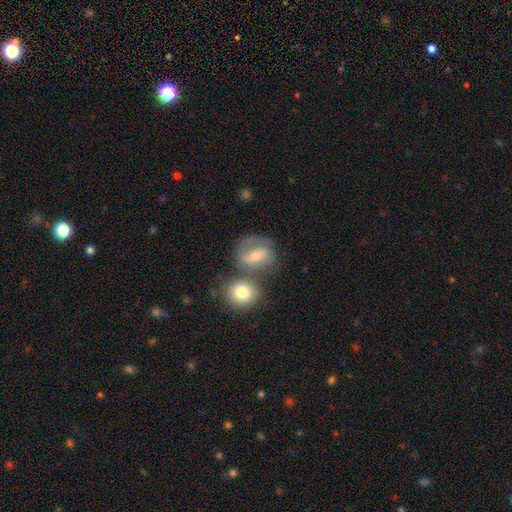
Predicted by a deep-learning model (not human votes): Morphology: type=featured or disk (58%); edge-on=no (97%); bar=weak (44%); spiral arms=yes (83%); bulge=moderate (56%); merging=none (47%).